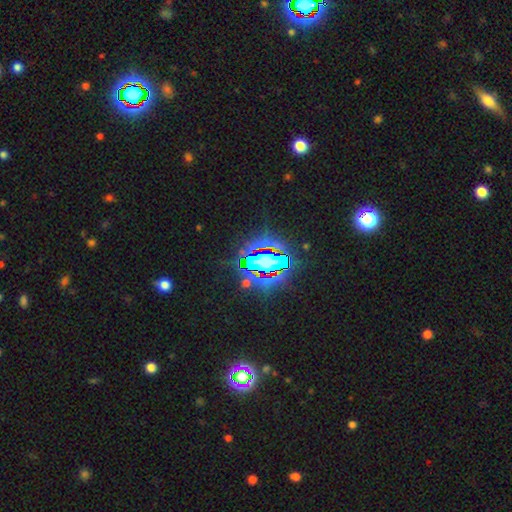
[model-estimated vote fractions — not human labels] Smooth or featured? Predicted: star or artifact (p=0.78).